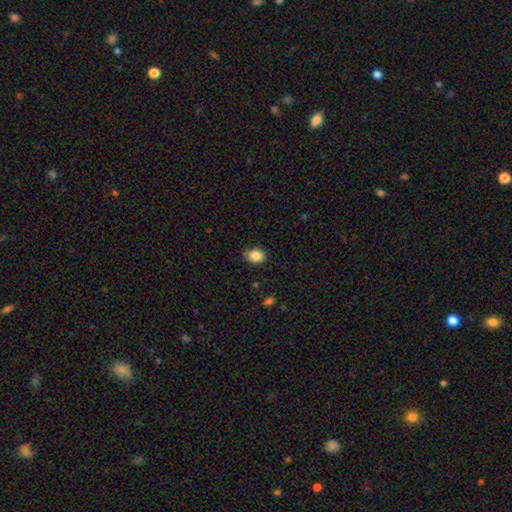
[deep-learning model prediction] Smooth or featured? smooth (86%)
How rounded? in between (52%)
Merging? none (81%)